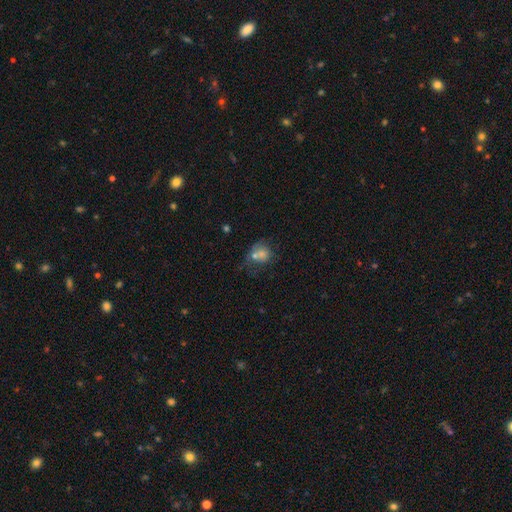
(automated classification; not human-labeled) smooth-or-featured: smooth: 53% | featured or disk: 25% | star or artifact: 22%
  how-rounded: round: 63% | in between: 35% | cigar-shaped: 2%
  merging: none: 40% | merger: 28% | minor disturbance: 17% | major disturbance: 15%